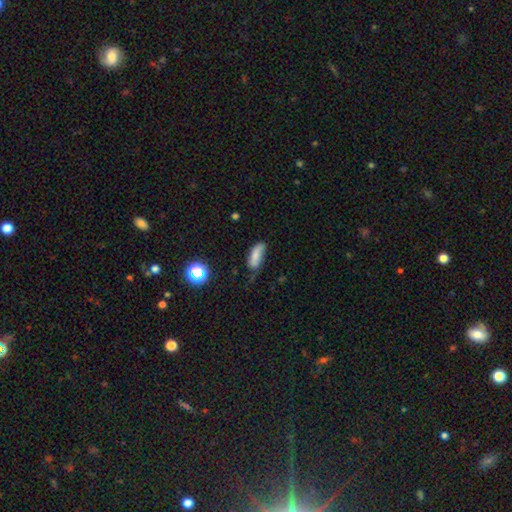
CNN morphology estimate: This appears to be a smooth galaxy with no disk features (72%) that is in between round and cigar-shaped (72%). Merging: none (45%).